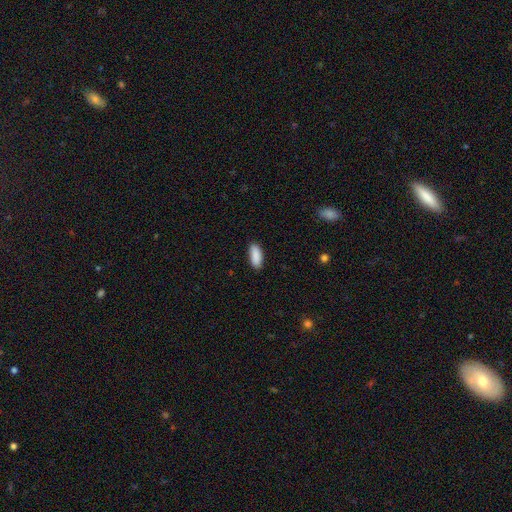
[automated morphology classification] The model was most divided on "how rounded": in between: 80%, cigar-shaped: 18%, round: 2%. More confident: smooth or featured — smooth (90%); merging — none (87%).